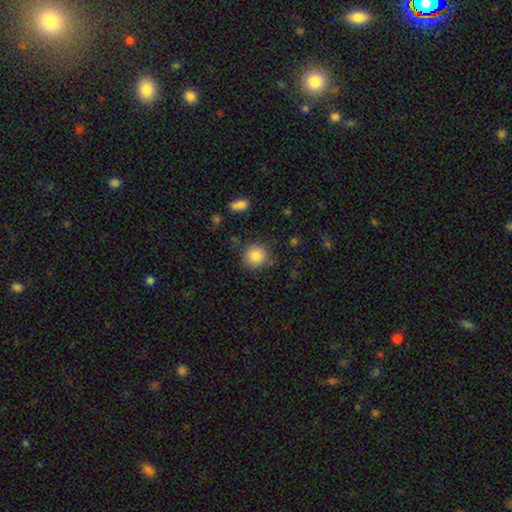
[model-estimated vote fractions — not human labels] This is clearly a smooth galaxy (86%). How rounded: clearly round (91%). Merging: clearly none (83%).